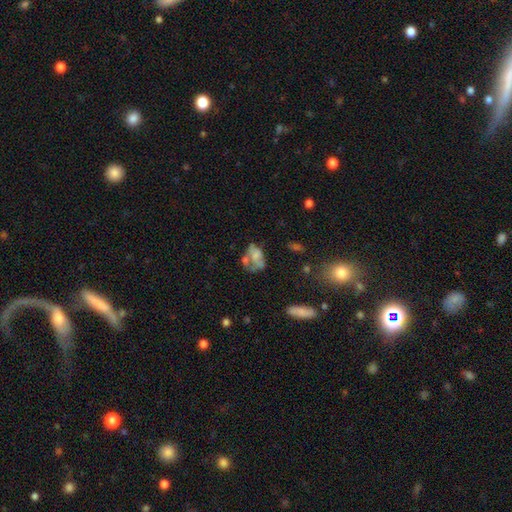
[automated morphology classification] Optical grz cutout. It shows a smooth galaxy with no disk features (45%). Merging: none (28%).